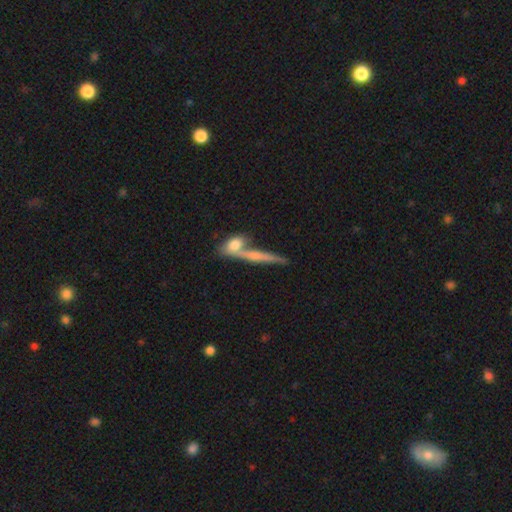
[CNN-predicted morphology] type=smooth (50%); merging=none (46%).